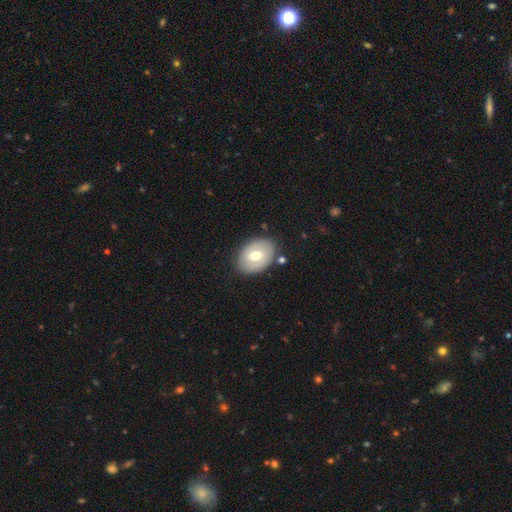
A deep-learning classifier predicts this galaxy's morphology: smooth 57%, featured or disk 36%, star or artifact 7%. Down the decision tree: how rounded — in between (75%); merging — none (80%).